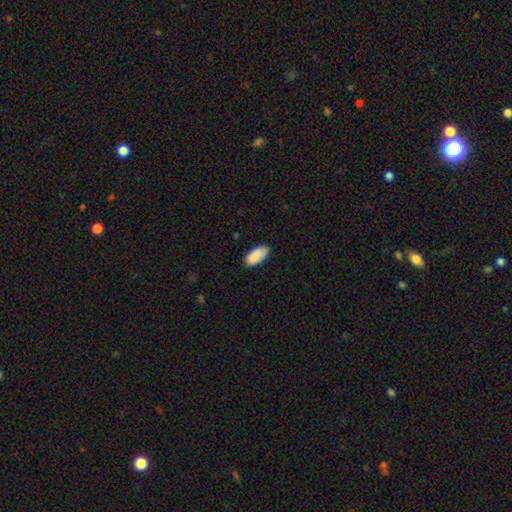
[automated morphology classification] A smooth galaxy with no disk features (90%) that is in between round and cigar-shaped (89%).

Vote fractions:
- Smooth or featured? smooth: 90% / star or artifact: 6% / featured or disk: 4%
- How rounded? in between: 89% / cigar-shaped: 9% / round: 2%
- Merging? none: 83% / minor disturbance: 14% / major disturbance: 2% / merger: 1%